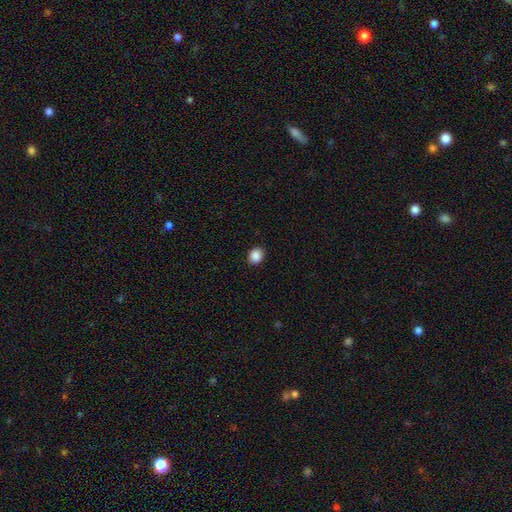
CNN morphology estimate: type=smooth (88%); roundness=round (60%); merging=none (91%).